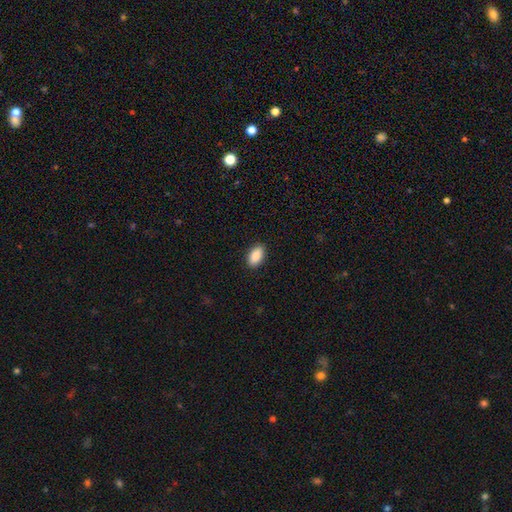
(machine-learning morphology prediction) Smooth or featured? smooth (90%)
How rounded? in between (93%)
Merging? none (90%)